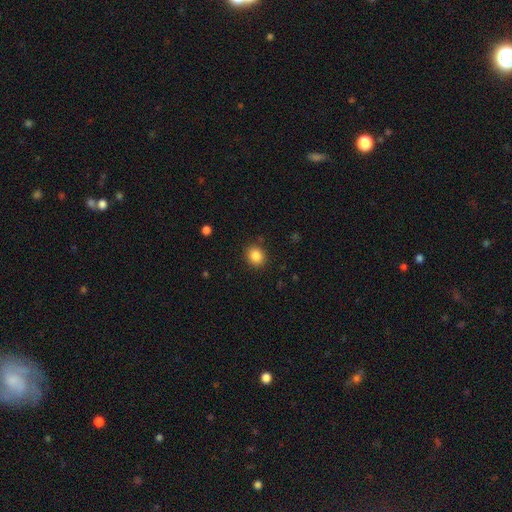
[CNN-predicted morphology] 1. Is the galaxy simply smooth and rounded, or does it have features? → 86% smooth, 10% star or artifact, 4% featured or disk.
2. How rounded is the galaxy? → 70% round, 29% in between, 1% cigar-shaped.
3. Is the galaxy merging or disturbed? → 88% none, 8% minor disturbance, 3% major disturbance, 1% merger.